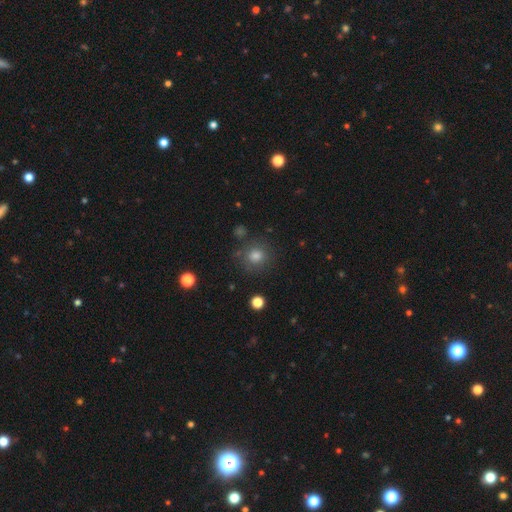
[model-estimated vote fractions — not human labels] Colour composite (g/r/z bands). It shows a smooth galaxy with no disk features (77%) that is round (91%). Merging: none (83%).